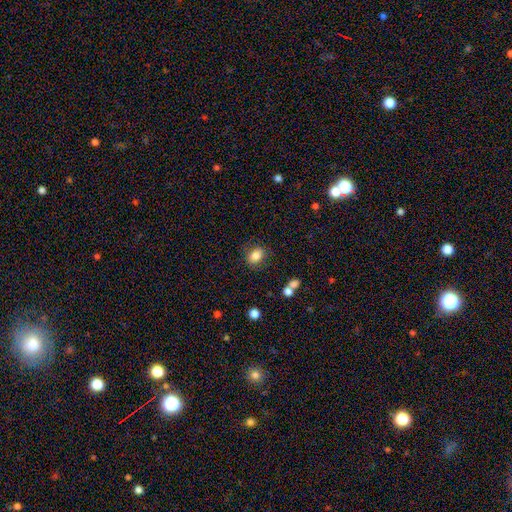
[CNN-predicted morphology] Q: Smooth or featured?
A: smooth (82%); runner-up: star or artifact (9%)
Q: How rounded?
A: in between (63%); runner-up: round (35%)
Q: Merging?
A: none (80%); runner-up: minor disturbance (13%)